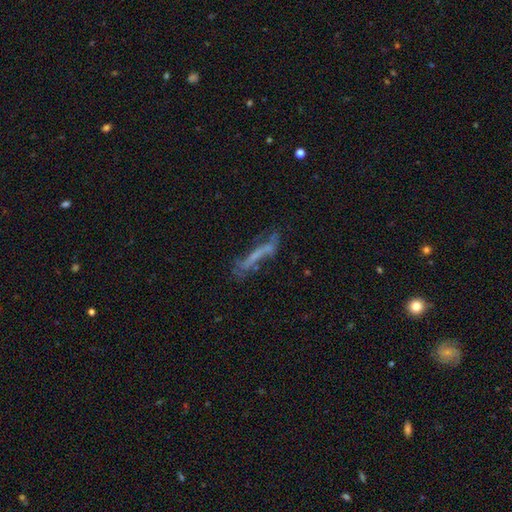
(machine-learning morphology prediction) This appears to be a featured or disk galaxy (53%). Merging: none (48%).